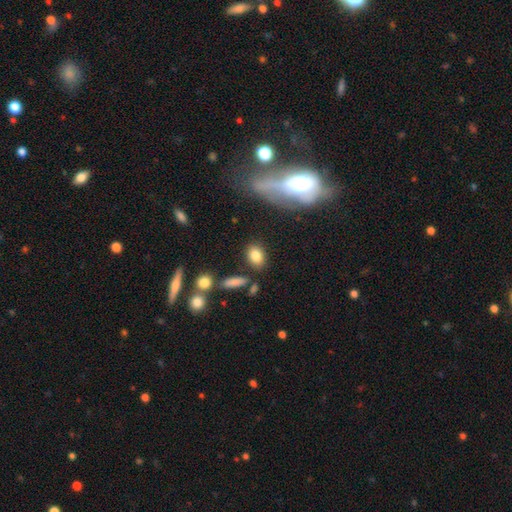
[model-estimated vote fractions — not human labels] This appears to be a smooth galaxy with no disk features (83%) that is in between round and cigar-shaped (76%). Merging: none (80%).